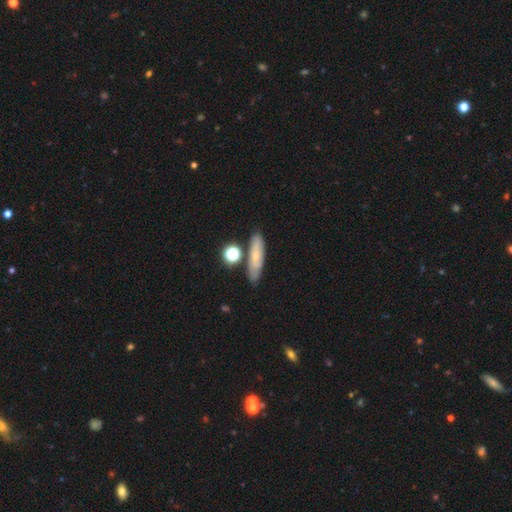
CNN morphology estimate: Overall: smooth (57%; featured or disk 33%). How rounded: cigar-shaped (58%; in between 34%). Merging: none (72%).